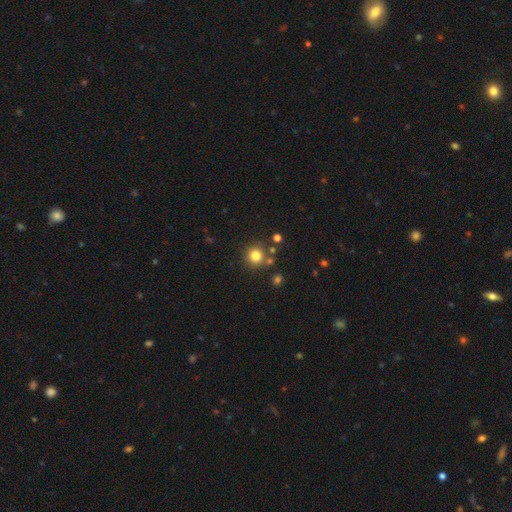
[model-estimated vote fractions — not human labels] Smooth or featured?
  - smooth: 81% *
  - star or artifact: 13%
  - featured or disk: 6%
How rounded?
  - round: 92% *
  - in between: 7%
  - cigar-shaped: 1%
Merging?
  - none: 79% *
  - merger: 9%
  - minor disturbance: 9%
  - major disturbance: 3%